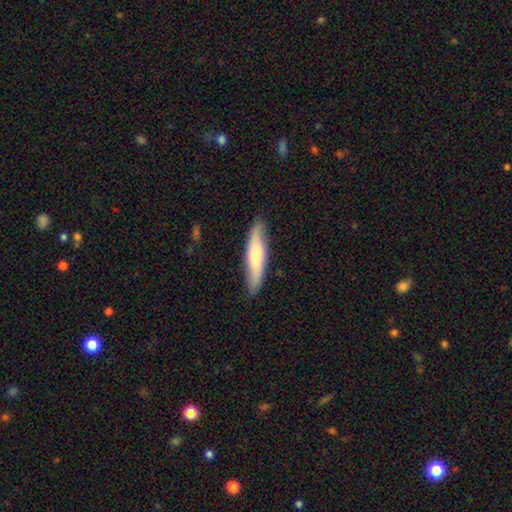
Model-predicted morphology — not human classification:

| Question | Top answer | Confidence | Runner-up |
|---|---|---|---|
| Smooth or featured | smooth | 62% | featured or disk (33%) |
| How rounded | cigar-shaped | 81% | in between (18%) |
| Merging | none | 85% | minor disturbance (12%) |